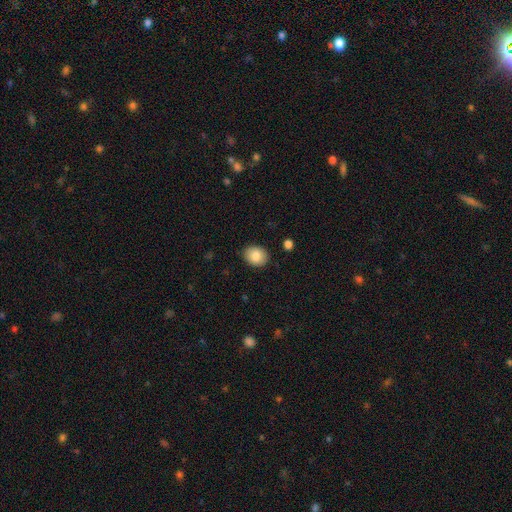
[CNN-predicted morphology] Overall: smooth (85%). How rounded: round (51%; in between 48%). Merging: none (88%).